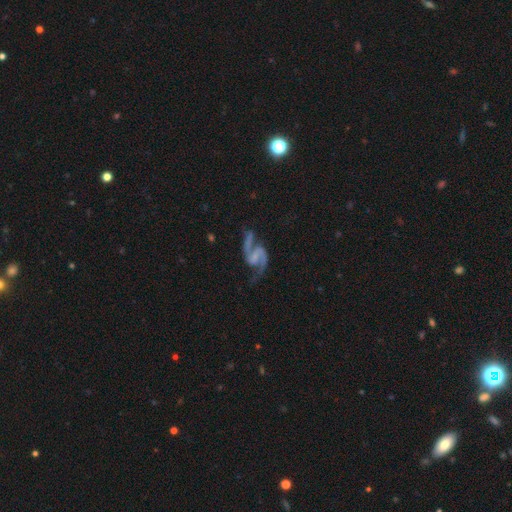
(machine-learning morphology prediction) Q: Smooth or featured?
A: featured or disk (90%); runner-up: star or artifact (5%)
Q: Edge-on disk?
A: no (98%); runner-up: yes (2%)
Q: Bar?
A: weak (41%); runner-up: no (31%)
Q: Spiral arms?
A: yes (97%); runner-up: no (3%)
Q: Spiral winding?
A: loose (47%); runner-up: medium (44%)
Q: Spiral arm count?
A: 2 (93%); runner-up: 1 (2%)
Q: Bulge size?
A: none (66%); runner-up: small (22%)
Q: Merging?
A: none (64%); runner-up: minor disturbance (18%)